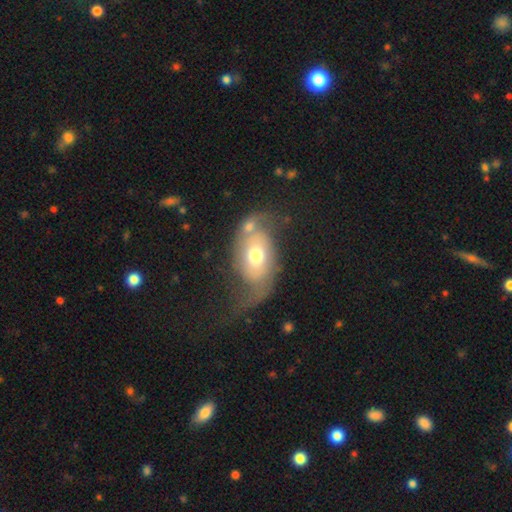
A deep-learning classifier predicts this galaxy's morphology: A featured or disk galaxy (63%) with no bar (70%), spiral arms (78%) and a moderate central bulge (70%).

Vote fractions:
- Smooth or featured? featured or disk: 63% / smooth: 30% / star or artifact: 7%
- Edge-on disk? no: 94% / yes: 6%
- Bar? no: 70% / weak: 23% / strong: 7%
- Spiral arms? yes: 78% / no: 22%
- Bulge size? moderate: 70% / small: 14% / large: 13% / dominant: 2% / none: 1%
- Merging? none: 38% / major disturbance: 30% / minor disturbance: 21% / merger: 11%